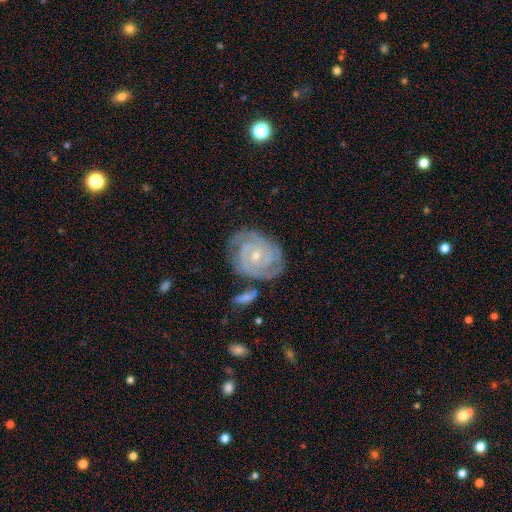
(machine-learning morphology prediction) type=featured or disk (88%); edge-on=no (98%); bar=no (68%); spiral arms=yes (97%); winding=tight (77%); arm count=2 (32%); bulge=small (70%); merging=none (72%).